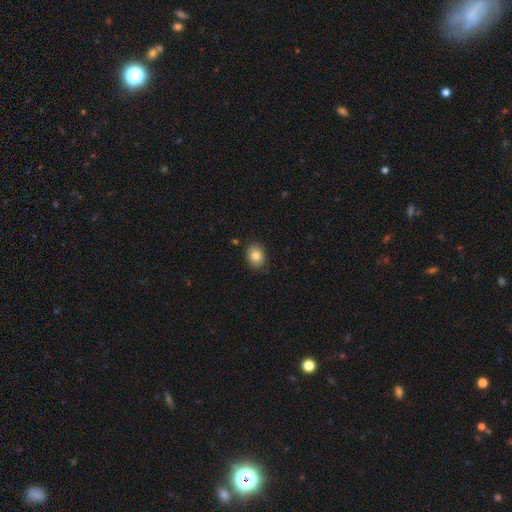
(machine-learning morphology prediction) Q: Smooth or featured?
A: smooth (84%); runner-up: star or artifact (9%)
Q: How rounded?
A: in between (56%); runner-up: round (43%)
Q: Merging?
A: none (85%); runner-up: minor disturbance (11%)